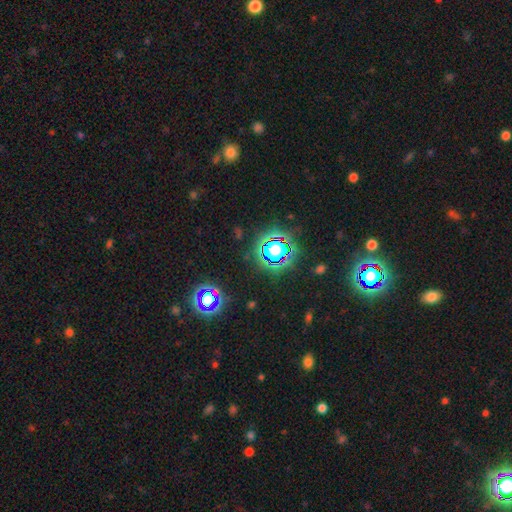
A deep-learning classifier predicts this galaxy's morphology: Smooth or featured?
  - star or artifact: 78% *
  - smooth: 14%
  - featured or disk: 8%